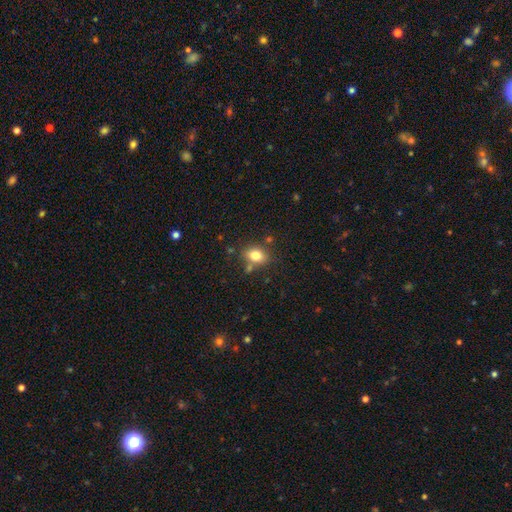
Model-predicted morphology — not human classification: A smooth galaxy with no disk features (79%) that is in between round and cigar-shaped (66%).

Vote fractions:
- Smooth or featured? smooth: 79% / star or artifact: 11% / featured or disk: 10%
- How rounded? in between: 66% / round: 33% / cigar-shaped: 1%
- Merging? none: 73% / minor disturbance: 14% / merger: 9% / major disturbance: 4%